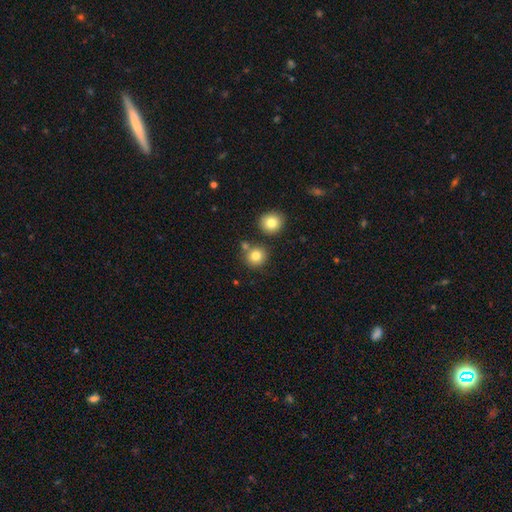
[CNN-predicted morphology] smooth 82%, star or artifact 11%, featured or disk 7%. Down the decision tree: how rounded — round (88%); merging — none (76%).